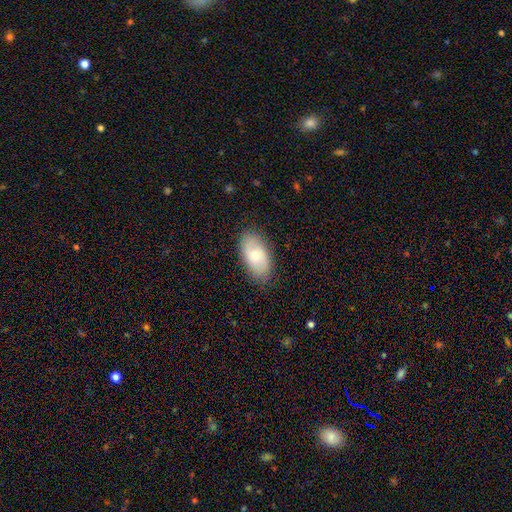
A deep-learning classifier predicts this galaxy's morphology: This appears to be a smooth galaxy with no disk features (66%) that is in between round and cigar-shaped (93%). Merging: none (83%).